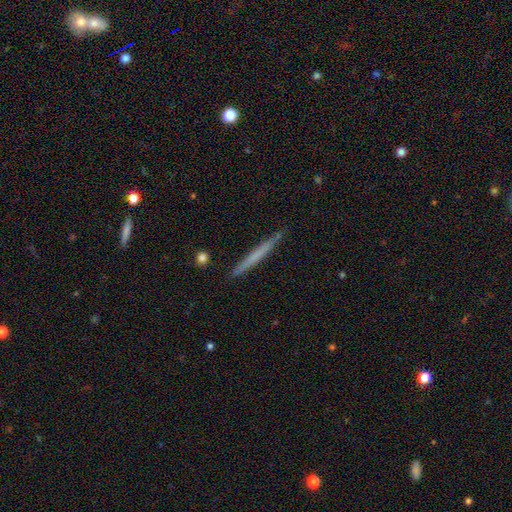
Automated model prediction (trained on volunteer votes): Smooth or featured? Predicted: smooth (p=0.55). How rounded? Predicted: cigar-shaped (p=0.97). Merging? Predicted: none (p=0.90).